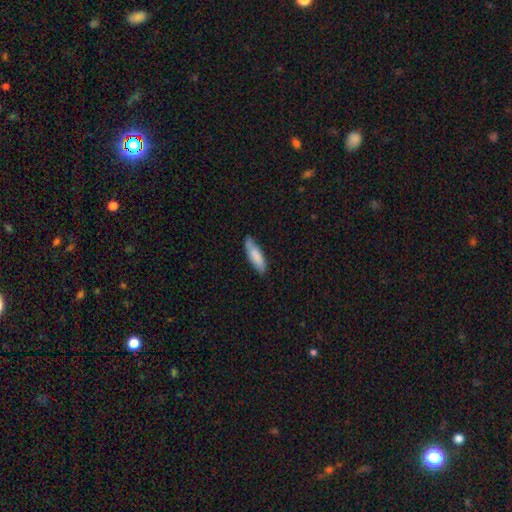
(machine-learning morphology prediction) type=smooth (81%); roundness=cigar-shaped (53%); merging=none (74%).